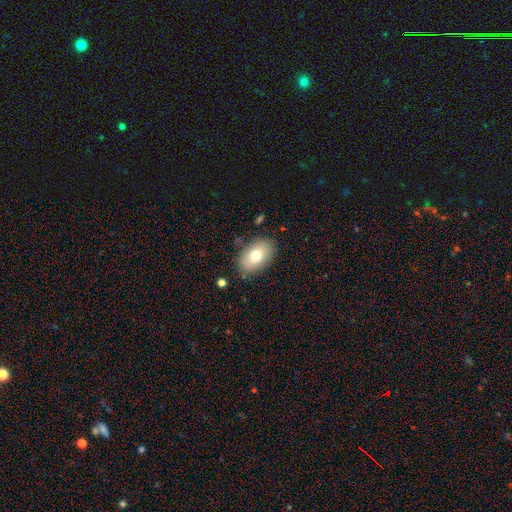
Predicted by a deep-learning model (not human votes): A smooth galaxy with no disk features (73%) that is in between round and cigar-shaped (90%).

Vote fractions:
- Smooth or featured? smooth: 73% / featured or disk: 19% / star or artifact: 8%
- How rounded? in between: 90% / round: 9% / cigar-shaped: 1%
- Merging? none: 82% / minor disturbance: 13% / major disturbance: 3% / merger: 2%